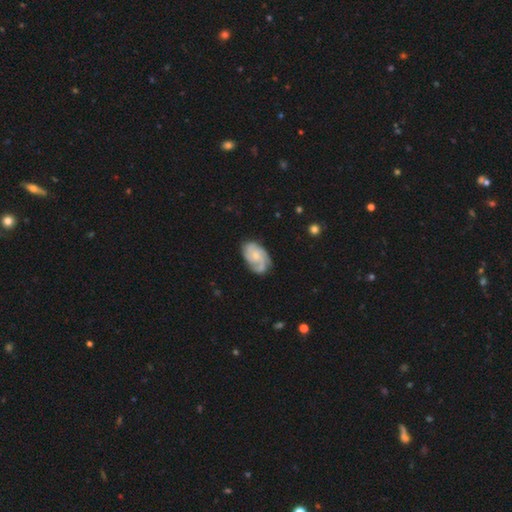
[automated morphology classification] Smooth or featured: featured or disk — 80% (smooth — 15%)
Edge-on disk: no — 98% (yes — 2%)
Bar: no — 71% (weak — 26%)
Spiral arms: yes — 96% (no — 4%)
Spiral winding: tight — 49% (medium — 40%)
Spiral arm count: 3 — 46% (2 — 18%)
Bulge size: small — 61% (moderate — 31%)
Merging: none — 69% (minor disturbance — 23%)